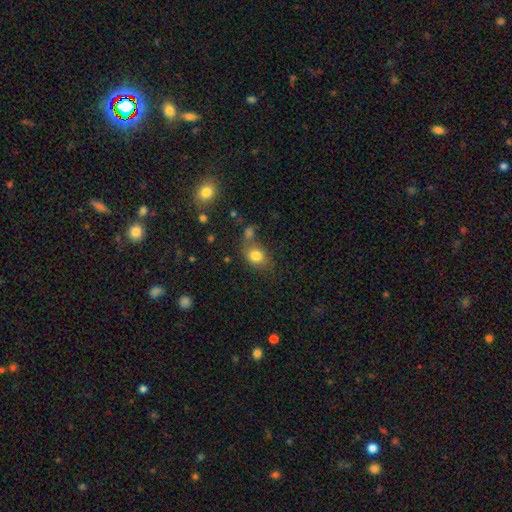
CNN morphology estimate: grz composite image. It shows a smooth galaxy with no disk features (81%) that is in between round and cigar-shaped (55%). Merging: none (61%).